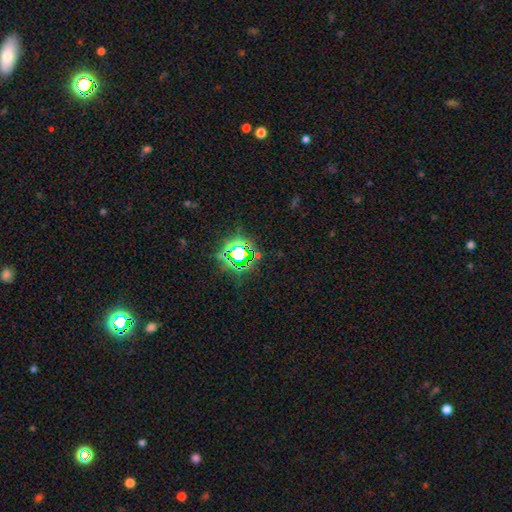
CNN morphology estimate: A star or artifact, not a galaxy (79%).